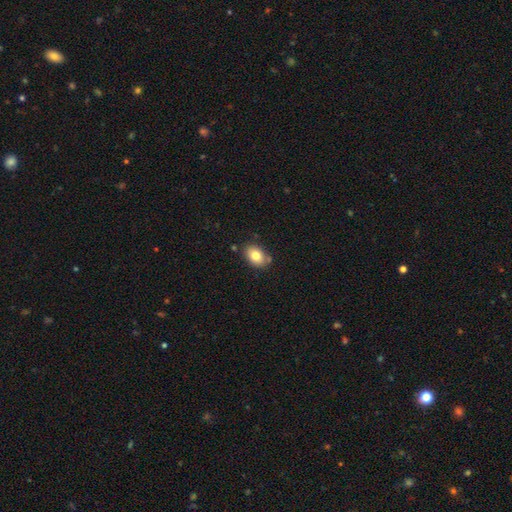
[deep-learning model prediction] Smooth or featured? smooth (80%)
How rounded? in between (78%)
Merging? none (79%)